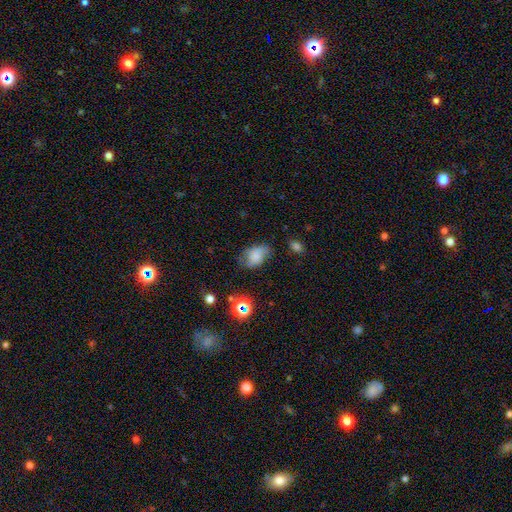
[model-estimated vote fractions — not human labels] Q: Smooth or featured?
A: smooth (66%); runner-up: featured or disk (21%)
Q: How rounded?
A: in between (82%); runner-up: round (17%)
Q: Merging?
A: none (53%); runner-up: minor disturbance (31%)